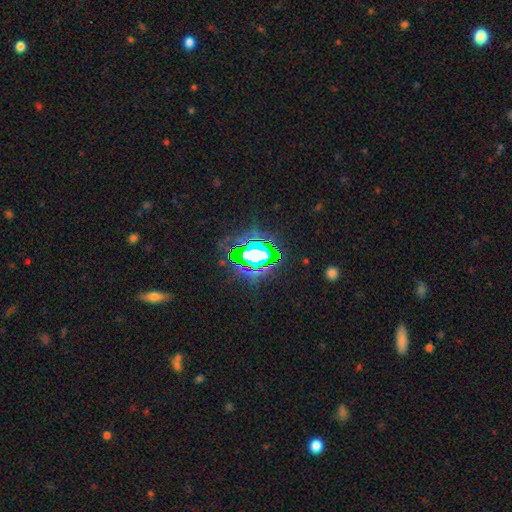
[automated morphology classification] The model was most divided on "smooth or featured": star or artifact: 71%, featured or disk: 15%, smooth: 14%.